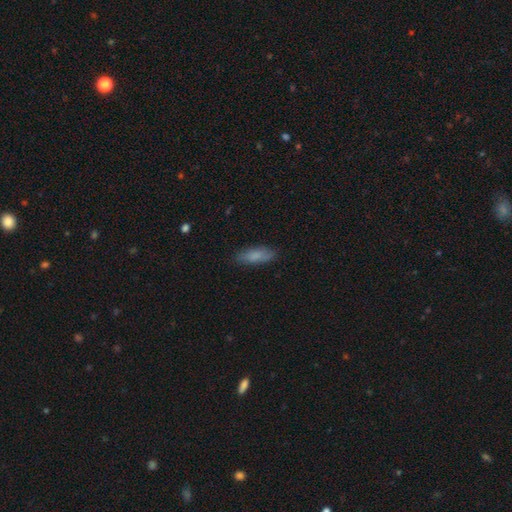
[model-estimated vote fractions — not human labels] Morphology: type=smooth (81%); roundness=in between (58%); merging=none (82%).